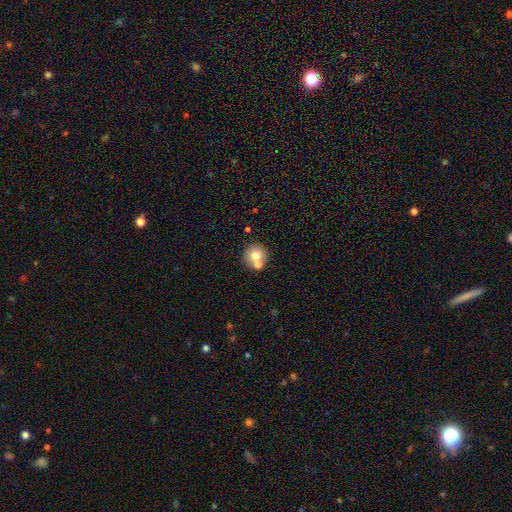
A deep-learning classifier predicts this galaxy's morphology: Q: Smooth or featured?
A: smooth (72%); runner-up: featured or disk (17%)
Q: How rounded?
A: round (92%); runner-up: in between (7%)
Q: Merging?
A: none (62%); runner-up: merger (28%)